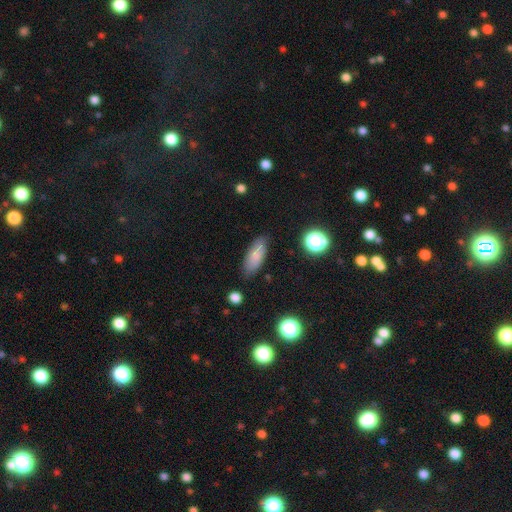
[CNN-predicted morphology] smooth-or-featured: smooth: 79% | featured or disk: 13% | star or artifact: 8%
  how-rounded: in between: 76% | cigar-shaped: 21% | round: 3%
  merging: none: 79% | minor disturbance: 16% | major disturbance: 3% | merger: 2%